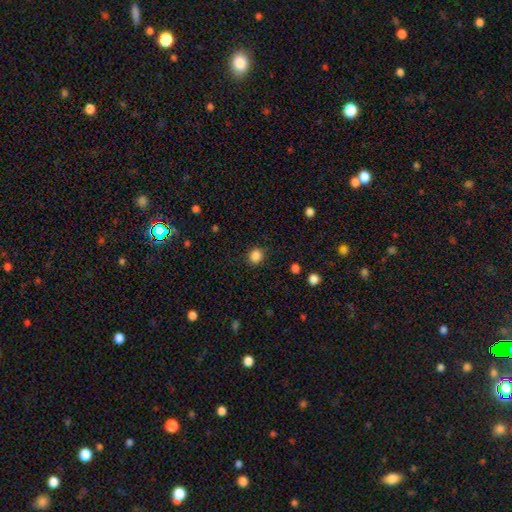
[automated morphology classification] Overall: smooth (85%). How rounded: round (79%). Merging: none (85%).